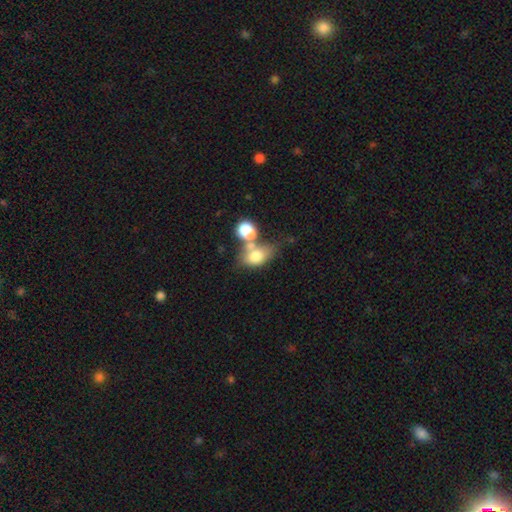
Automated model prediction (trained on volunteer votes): Overall: smooth (70%). How rounded: in between (75%). Merging: merger (56%; none 25%).